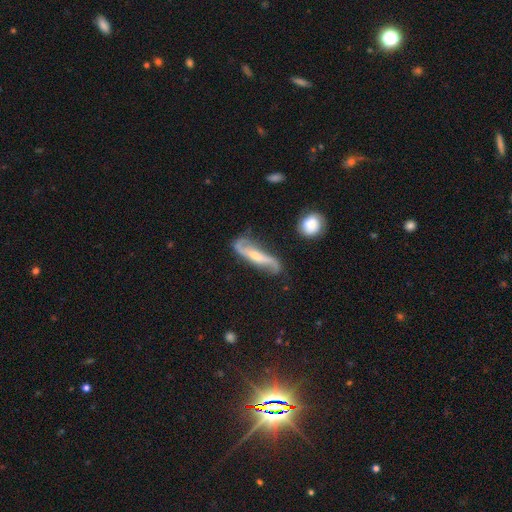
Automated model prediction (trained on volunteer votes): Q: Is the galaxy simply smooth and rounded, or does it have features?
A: featured or disk — 79%.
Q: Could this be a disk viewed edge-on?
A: no — 75%.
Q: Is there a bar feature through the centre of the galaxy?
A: strong — 38%.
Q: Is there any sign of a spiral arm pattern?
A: yes — 93%.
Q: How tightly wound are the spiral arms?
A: loose — 67%.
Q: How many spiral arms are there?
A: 2 — 89%.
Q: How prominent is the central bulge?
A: moderate — 46%.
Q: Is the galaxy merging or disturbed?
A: none — 64%.